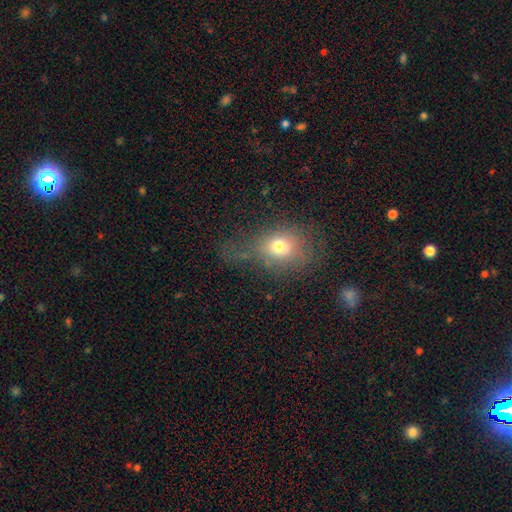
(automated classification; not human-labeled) Smooth or featured?
  - smooth: 59% *
  - star or artifact: 23%
  - featured or disk: 18%
How rounded?
  - in between: 56% *
  - round: 41%
  - cigar-shaped: 3%
Merging?
  - none: 51% *
  - minor disturbance: 30%
  - major disturbance: 16%
  - merger: 3%